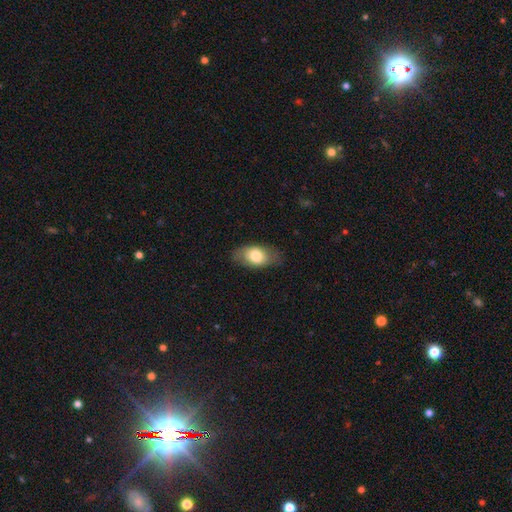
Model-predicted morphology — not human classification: This appears to be a smooth galaxy with no disk features (74%) that is in between round and cigar-shaped (90%). Merging: none (79%).